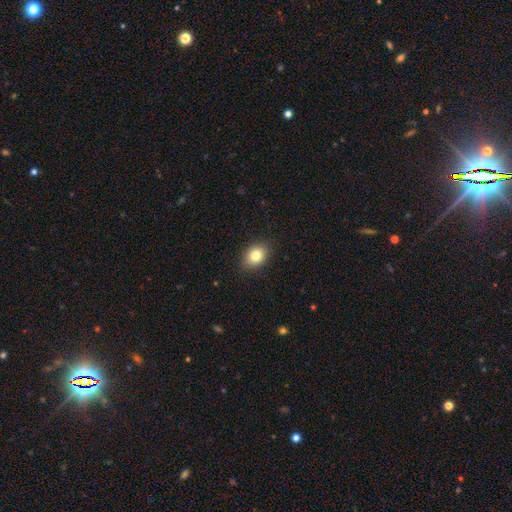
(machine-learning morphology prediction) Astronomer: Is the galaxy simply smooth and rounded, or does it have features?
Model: smooth — 81%.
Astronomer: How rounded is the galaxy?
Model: in between — 67%.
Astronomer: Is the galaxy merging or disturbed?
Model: none — 87%.